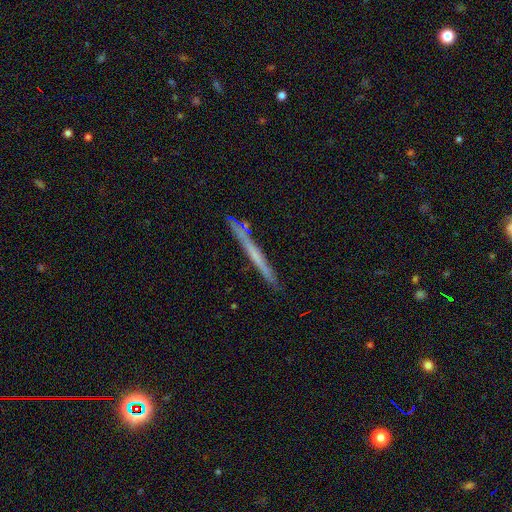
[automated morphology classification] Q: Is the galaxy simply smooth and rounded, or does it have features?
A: featured or disk — 51%.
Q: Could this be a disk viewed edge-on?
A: yes — 96%.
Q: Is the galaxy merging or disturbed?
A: none — 85%.